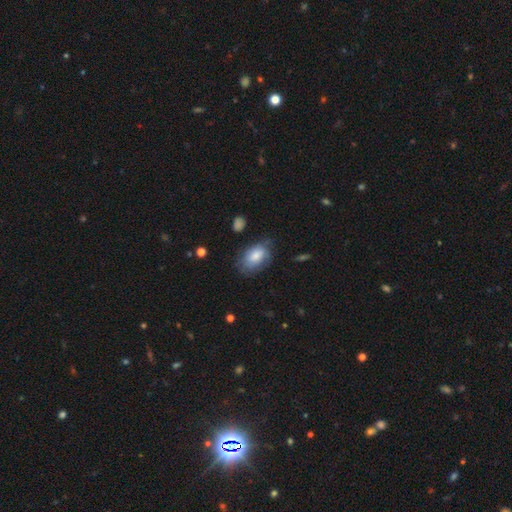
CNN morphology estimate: type=smooth (66%); roundness=in between (87%); merging=none (62%).